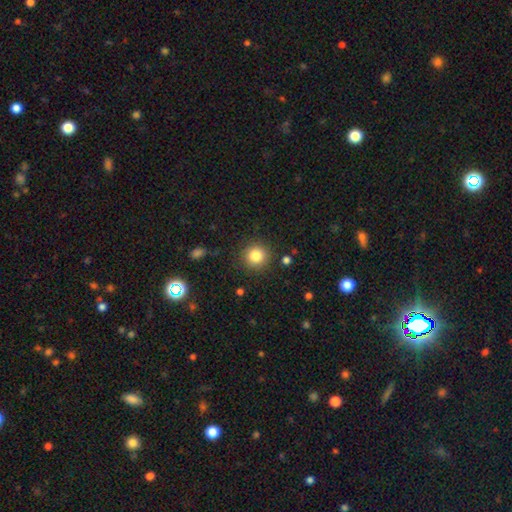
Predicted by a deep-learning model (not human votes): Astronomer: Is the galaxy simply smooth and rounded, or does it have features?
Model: smooth — 83%.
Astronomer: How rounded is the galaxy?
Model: round — 93%.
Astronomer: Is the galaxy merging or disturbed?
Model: none — 88%.